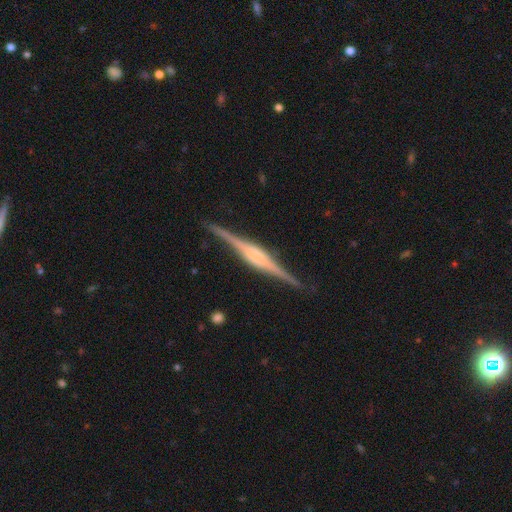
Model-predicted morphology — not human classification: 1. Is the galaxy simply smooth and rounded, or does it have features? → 87% featured or disk, 8% smooth, 5% star or artifact.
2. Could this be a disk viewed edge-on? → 98% yes, 2% no.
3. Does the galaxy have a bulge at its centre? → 52% boxy, 40% rounded, 8% none.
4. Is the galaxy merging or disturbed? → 89% none, 8% minor disturbance, 2% major disturbance, 1% merger.